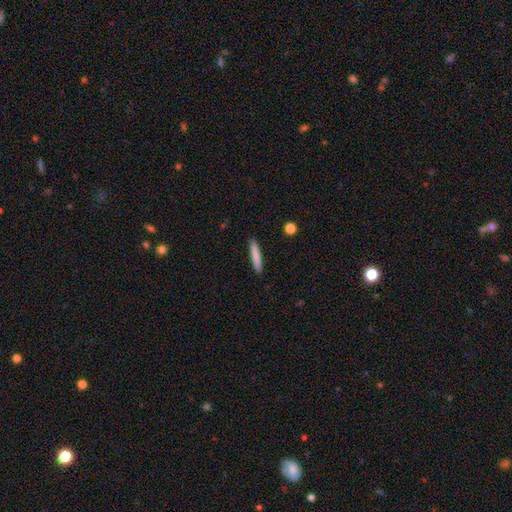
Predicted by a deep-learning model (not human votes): smooth_or_featured: smooth (p=0.81) [alt: featured or disk p=0.13]
how_rounded: cigar-shaped (p=0.93) [alt: in between p=0.06]
merging: none (p=0.91) [alt: minor disturbance p=0.06]